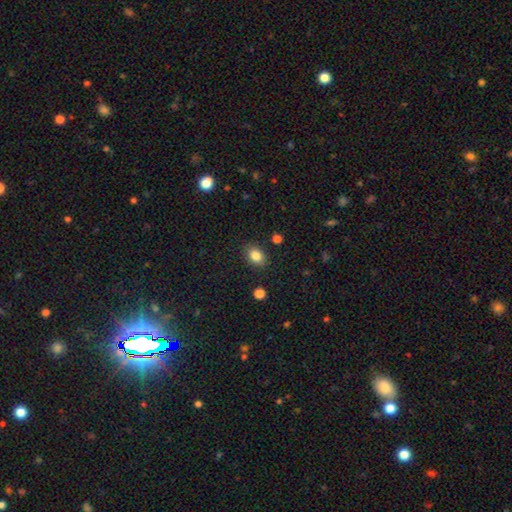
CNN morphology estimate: The model was most divided on "how rounded": in between: 72%, round: 27%, cigar-shaped: 1%. More confident: merging — none (86%); smooth or featured — smooth (84%).